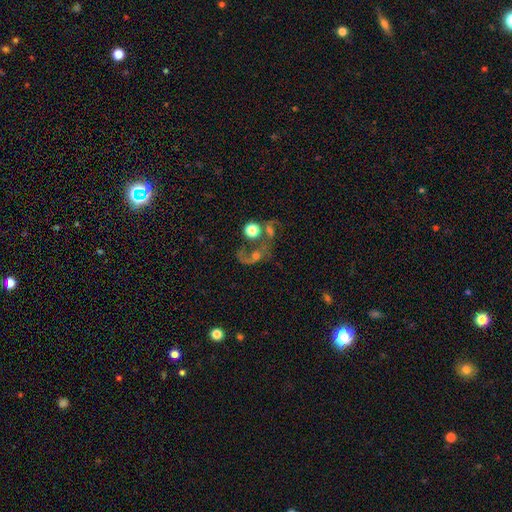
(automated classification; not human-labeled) featured or disk 49%, smooth 32%, star or artifact 19%. Down the decision tree: merging — merger (42%).